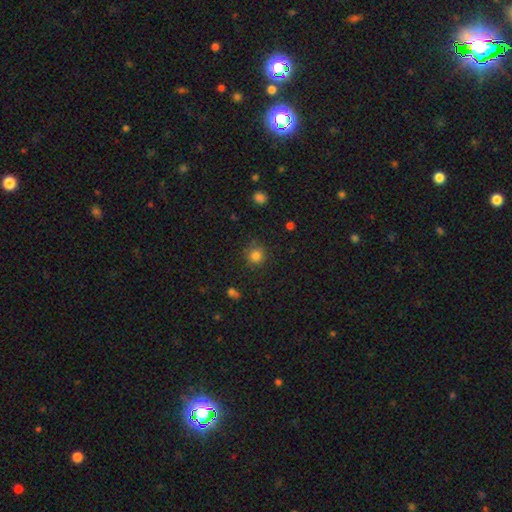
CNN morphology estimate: This appears to be a smooth galaxy with no disk features (81%) that is round (92%). Merging: none (84%).